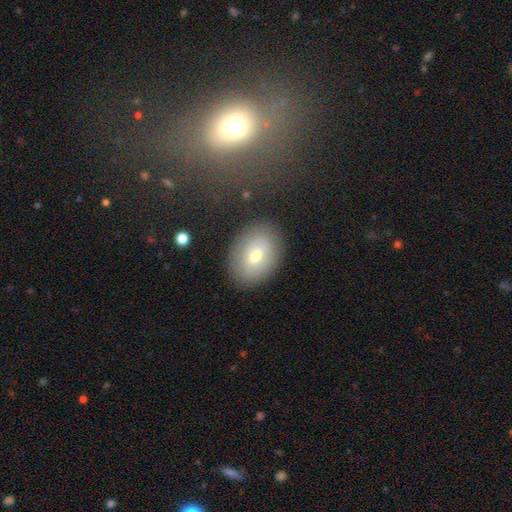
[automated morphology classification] smooth_or_featured: smooth (p=0.66) [alt: featured or disk p=0.25]
how_rounded: in between (p=0.75) [alt: round p=0.24]
merging: none (p=0.85) [alt: minor disturbance p=0.10]